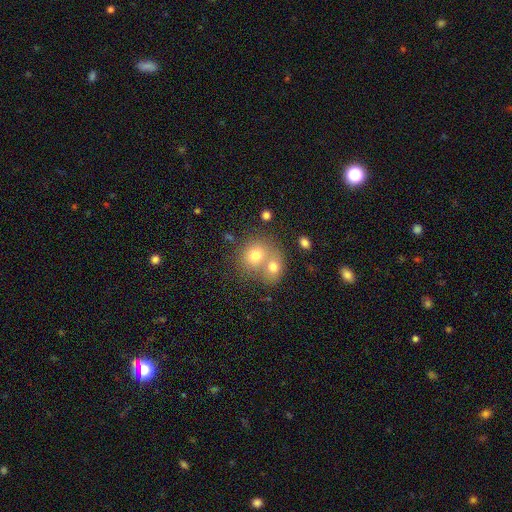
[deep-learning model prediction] A smooth galaxy with no disk features (72%) that is round (72%). Merging: merger (58%).